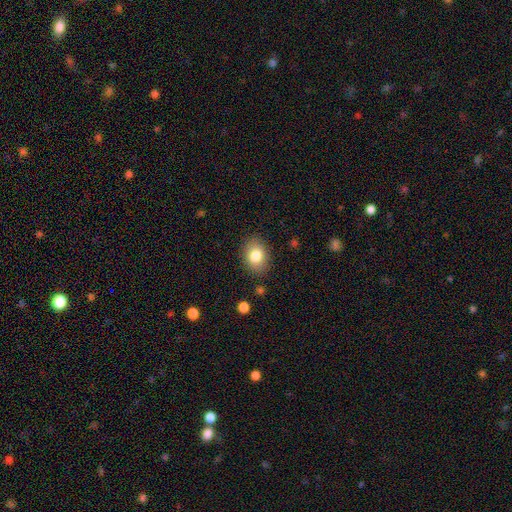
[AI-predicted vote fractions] Morphology: type=smooth (81%); roundness=in between (72%); merging=none (85%).